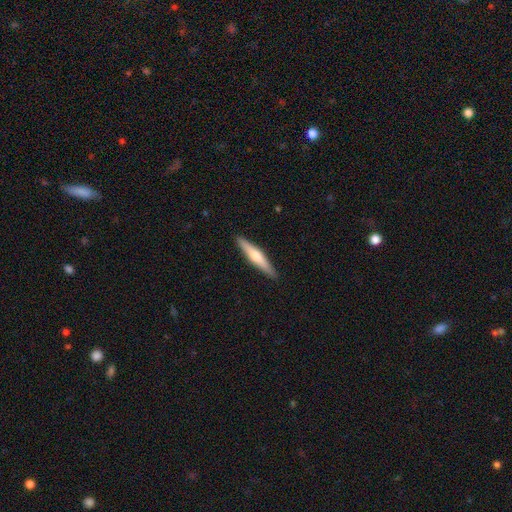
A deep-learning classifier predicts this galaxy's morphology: This is possibly a featured or disk galaxy (49%). Merging: clearly none (90%).